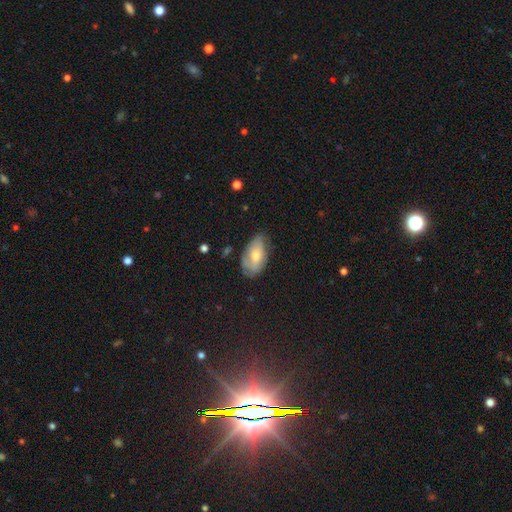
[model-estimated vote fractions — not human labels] smooth-or-featured: smooth: 59% | featured or disk: 34% | star or artifact: 7%
  how-rounded: in between: 92% | round: 5% | cigar-shaped: 3%
  merging: none: 58% | minor disturbance: 32% | major disturbance: 9% | merger: 2%